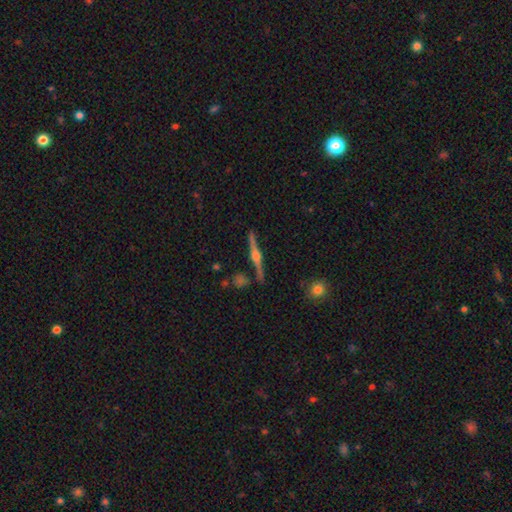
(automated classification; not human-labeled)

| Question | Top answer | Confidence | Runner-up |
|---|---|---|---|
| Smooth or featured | featured or disk | 85% | smooth (9%) |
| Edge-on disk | yes | 98% | no (2%) |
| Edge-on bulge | rounded | 92% | boxy (6%) |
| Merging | none | 87% | minor disturbance (8%) |